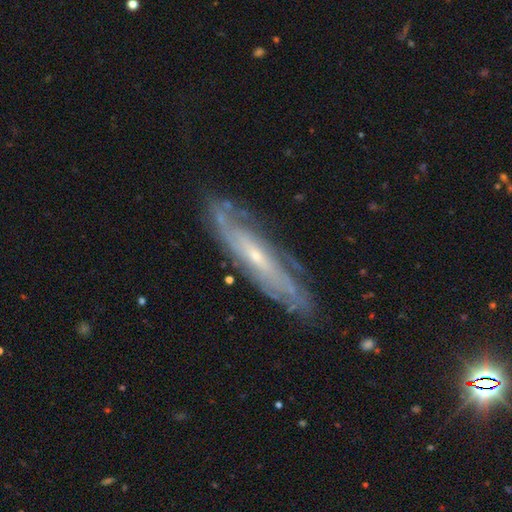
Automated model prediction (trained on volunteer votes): This appears to be a featured or disk galaxy (80%). Merging: none (79%).